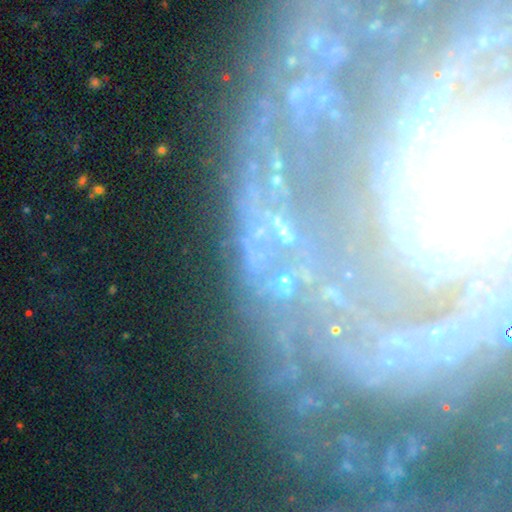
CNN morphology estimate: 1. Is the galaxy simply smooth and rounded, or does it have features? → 49% star or artifact, 31% featured or disk, 20% smooth.